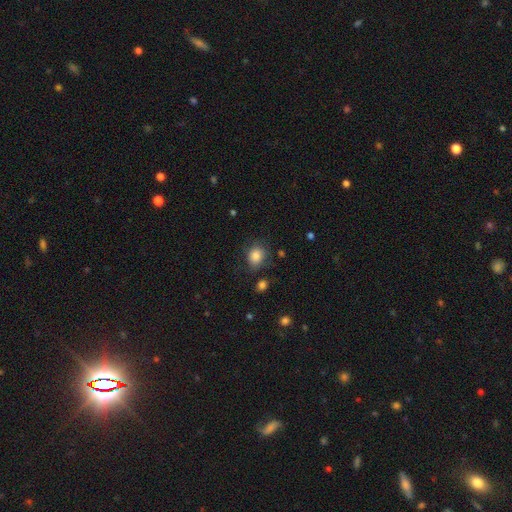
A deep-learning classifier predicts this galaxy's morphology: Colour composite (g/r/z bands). It shows a smooth galaxy with no disk features (83%) that is round (62%). Merging: none (71%).